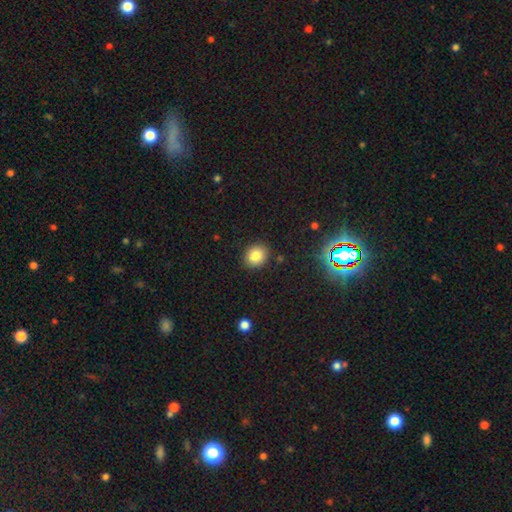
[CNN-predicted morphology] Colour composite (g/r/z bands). It shows a smooth galaxy with no disk features (82%) that is round (69%). Merging: none (88%).